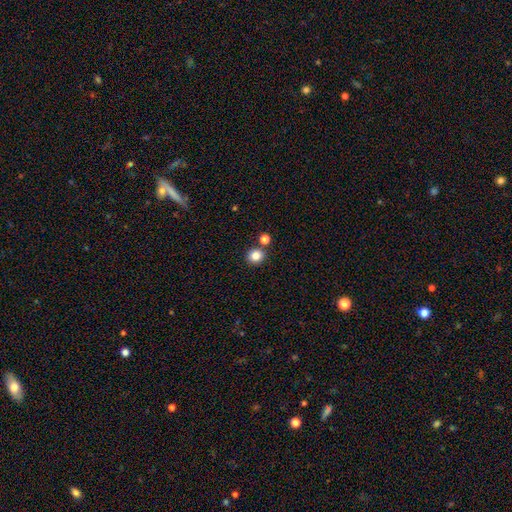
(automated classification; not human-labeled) A smooth galaxy with no disk features (83%) that is round (84%).

Vote fractions:
- Smooth or featured? smooth: 83% / star or artifact: 12% / featured or disk: 5%
- How rounded? round: 84% / in between: 15% / cigar-shaped: 1%
- Merging? none: 81% / merger: 10% / minor disturbance: 7% / major disturbance: 2%